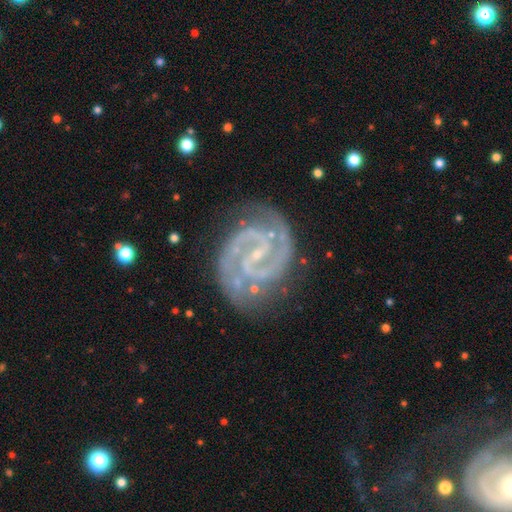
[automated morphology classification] This appears to be a featured or disk galaxy (93%) with a weak bar (45%), 2 (87%) medium (47%, tied with tight) spiral arms (99%) and a small central bulge (81%). Merging: none (75%).